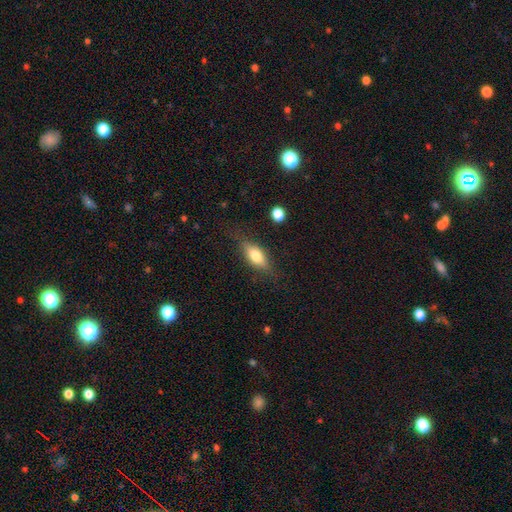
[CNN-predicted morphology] A smooth galaxy with no disk features (68%) that is in between round and cigar-shaped (75%).

Vote fractions:
- Smooth or featured? smooth: 68% / featured or disk: 24% / star or artifact: 7%
- How rounded? in between: 75% / cigar-shaped: 20% / round: 5%
- Merging? none: 75% / minor disturbance: 17% / major disturbance: 6% / merger: 2%